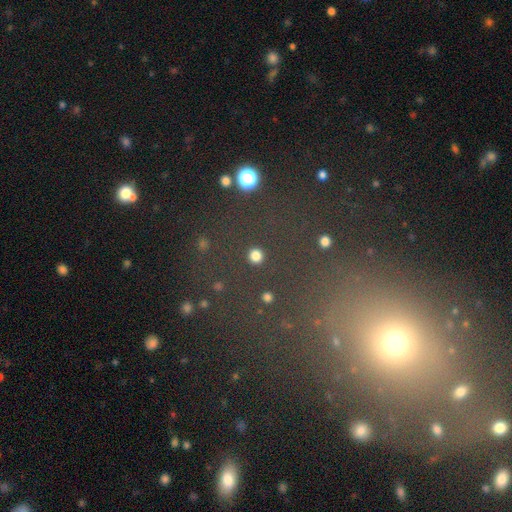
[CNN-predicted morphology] smooth 79%, star or artifact 17%, featured or disk 4%. Down the decision tree: how rounded — round (94%); merging — none (90%).